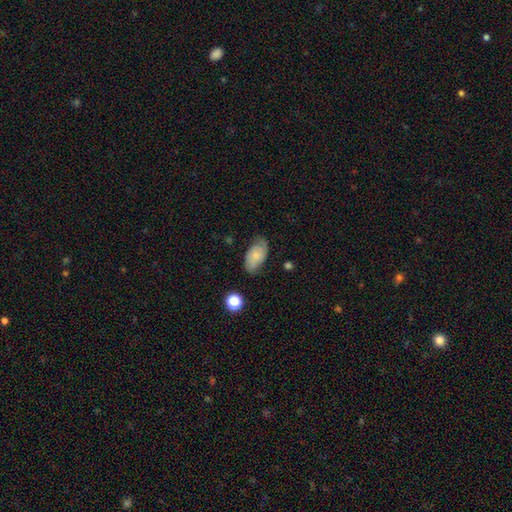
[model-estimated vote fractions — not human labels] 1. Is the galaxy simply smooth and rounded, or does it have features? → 57% smooth, 35% featured or disk, 8% star or artifact.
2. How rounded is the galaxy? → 93% in between, 5% round, 2% cigar-shaped.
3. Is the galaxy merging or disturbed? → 67% none, 25% minor disturbance, 7% major disturbance, 2% merger.